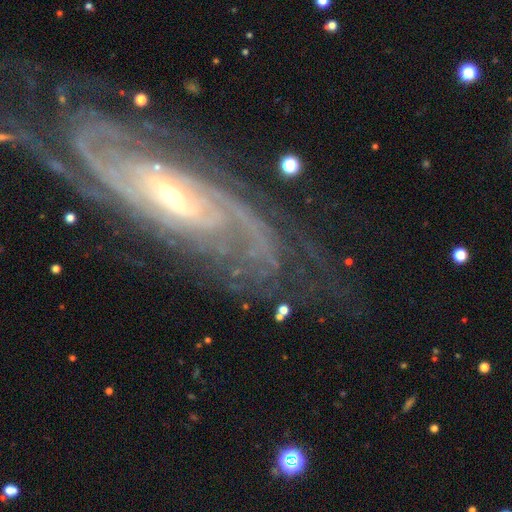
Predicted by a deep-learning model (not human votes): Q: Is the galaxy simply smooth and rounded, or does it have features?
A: featured or disk — 82%.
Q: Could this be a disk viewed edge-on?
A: no — 90%.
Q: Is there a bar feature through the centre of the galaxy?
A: no — 48%.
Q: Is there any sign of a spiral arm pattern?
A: yes — 90%.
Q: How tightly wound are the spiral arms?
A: tight — 55%.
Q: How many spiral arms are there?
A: can't tell — 38%.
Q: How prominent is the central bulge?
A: small — 68%.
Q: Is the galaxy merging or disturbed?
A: none — 60%.